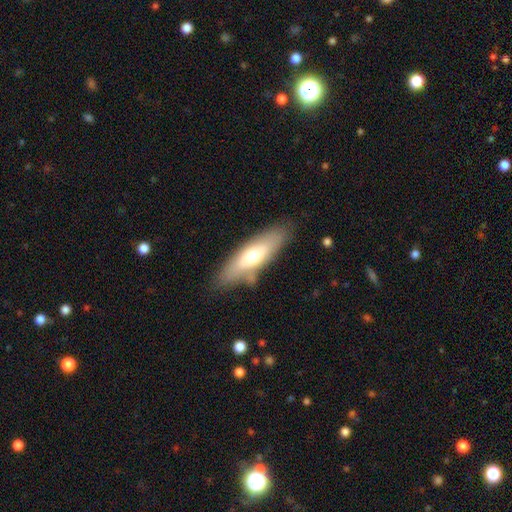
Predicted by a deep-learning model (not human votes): Smooth or featured: smooth — 54% (featured or disk — 39%)
How rounded: cigar-shaped — 51% (in between — 47%)
Merging: none — 80% (minor disturbance — 13%)